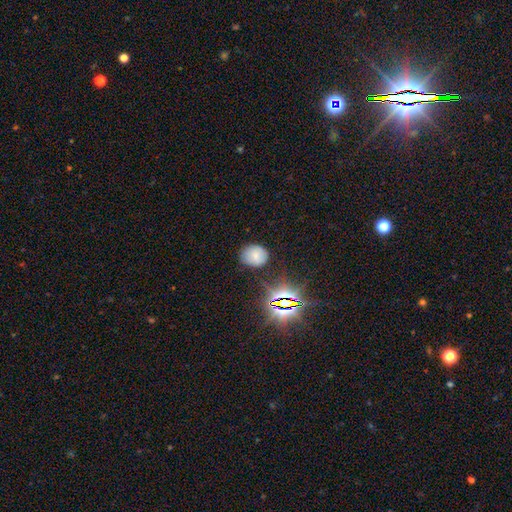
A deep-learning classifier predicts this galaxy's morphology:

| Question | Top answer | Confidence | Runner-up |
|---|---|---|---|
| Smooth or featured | smooth | 70% | star or artifact (18%) |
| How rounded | round | 61% | in between (38%) |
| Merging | none | 77% | minor disturbance (17%) |